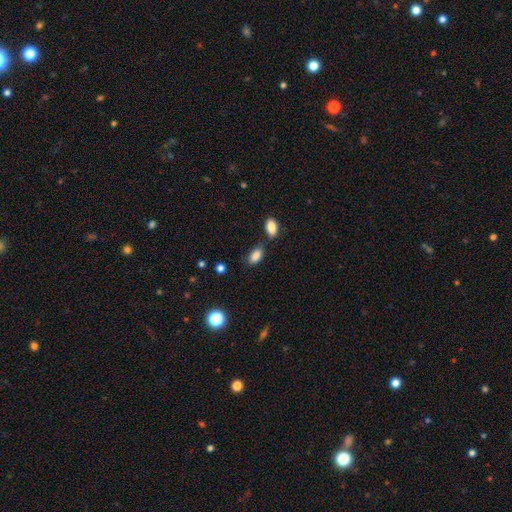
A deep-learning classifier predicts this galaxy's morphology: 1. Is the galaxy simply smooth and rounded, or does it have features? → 86% smooth, 9% star or artifact, 5% featured or disk.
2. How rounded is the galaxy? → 92% in between, 5% round, 3% cigar-shaped.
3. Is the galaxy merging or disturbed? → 70% none, 15% minor disturbance, 11% merger, 4% major disturbance.